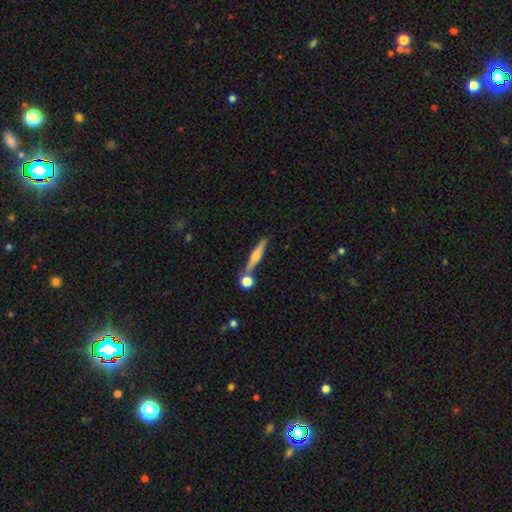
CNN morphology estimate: Smooth or featured: featured or disk — 57% (smooth — 36%)
Edge-on disk: yes — 96% (no — 4%)
Edge-on bulge: rounded — 86% (none — 7%)
Merging: none — 75% (merger — 13%)